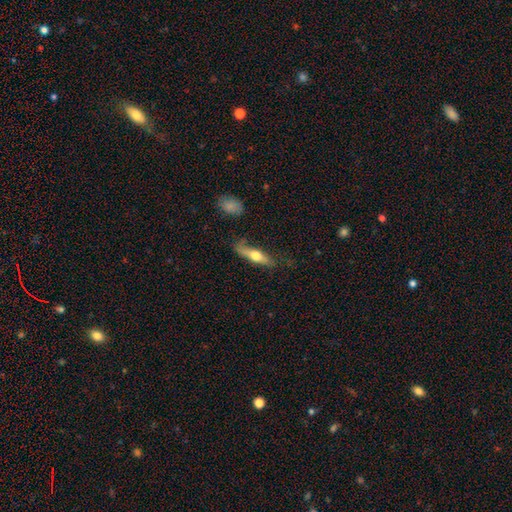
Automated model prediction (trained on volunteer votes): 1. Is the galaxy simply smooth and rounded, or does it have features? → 51% smooth, 43% featured or disk, 6% star or artifact.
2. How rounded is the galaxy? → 67% cigar-shaped, 30% in between, 3% round.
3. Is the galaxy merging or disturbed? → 63% none, 25% minor disturbance, 9% major disturbance, 3% merger.